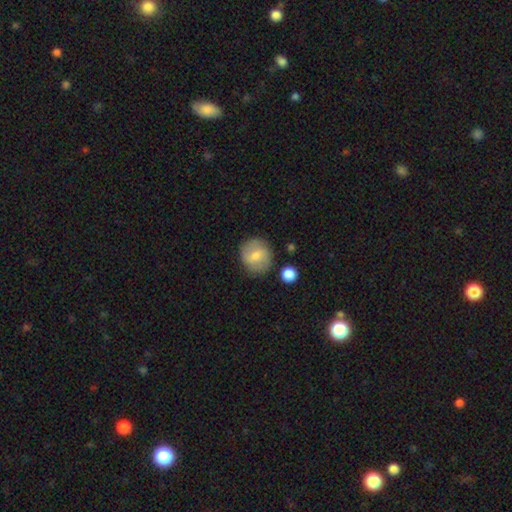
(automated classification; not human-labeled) Overall: smooth (69%). How rounded: round (84%). Merging: none (79%).